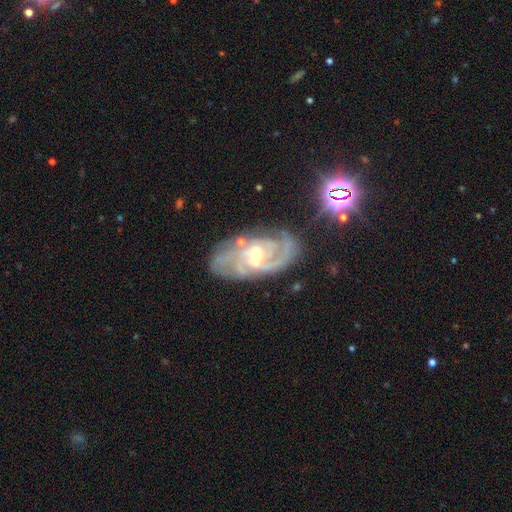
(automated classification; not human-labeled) Smooth or featured? featured or disk (87%)
Edge-on disk? no (96%)
Bar? weak (53%)
Spiral arms? yes (97%)
Spiral winding? tight (50%)
Spiral arm count? 2 (37%)
Bulge size? moderate (50%)
Merging? none (73%)